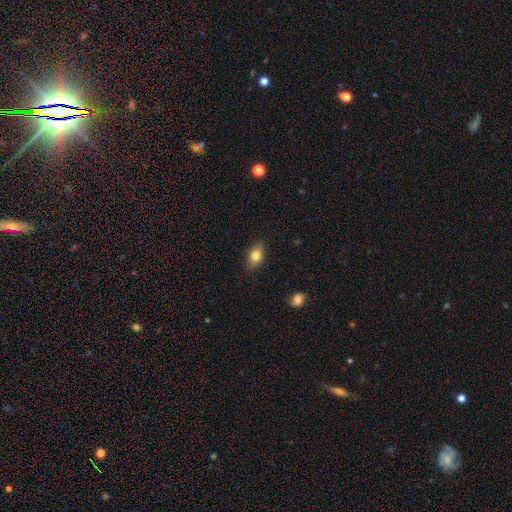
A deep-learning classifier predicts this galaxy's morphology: smooth 81%, featured or disk 10%, star or artifact 8%. Down the decision tree: how rounded — in between (82%); merging — none (86%).